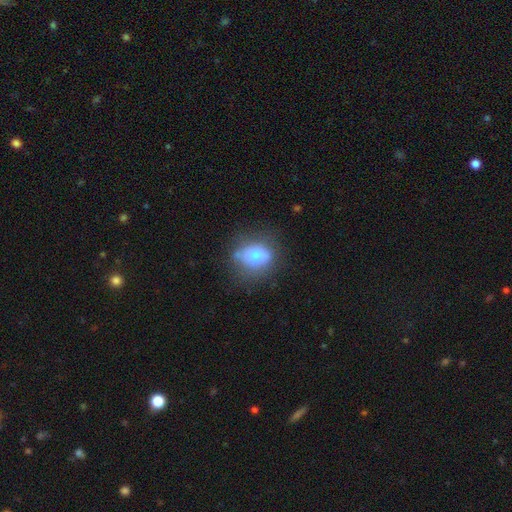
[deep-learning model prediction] smooth 66%, featured or disk 23%, star or artifact 11%. Down the decision tree: how rounded — round (67%); merging — none (71%).